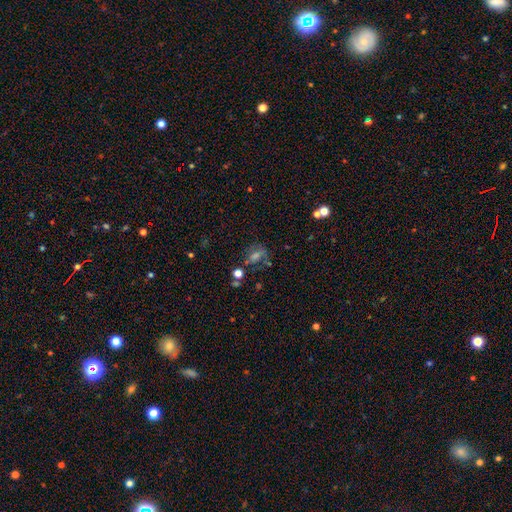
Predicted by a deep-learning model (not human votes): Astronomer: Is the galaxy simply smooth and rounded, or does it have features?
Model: smooth — 36% (runner-up: featured or disk, 35%).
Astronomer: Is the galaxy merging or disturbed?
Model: none — 52%.